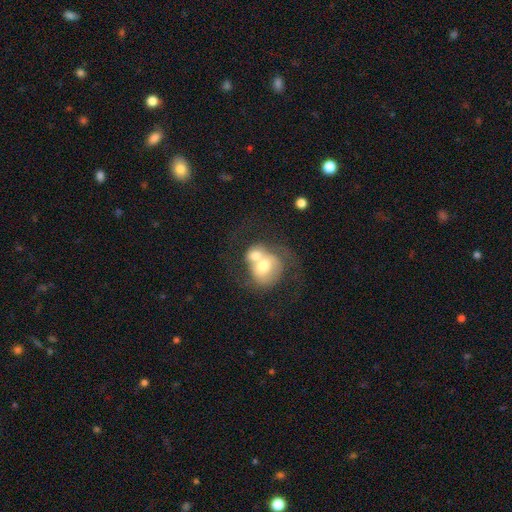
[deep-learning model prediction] Morphology: type=smooth (49%); merging=merger (67%).